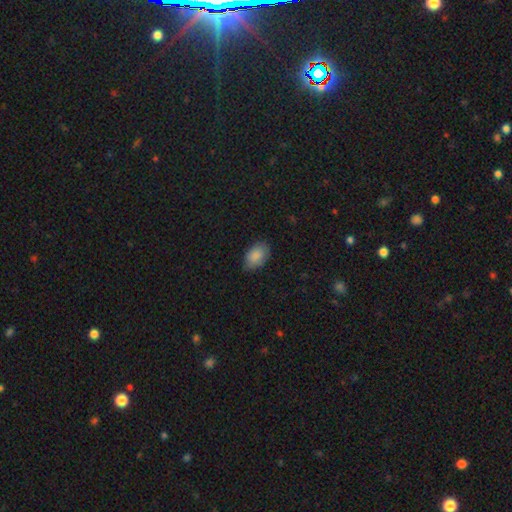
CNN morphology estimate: The model was most divided on "merging": none: 80%, minor disturbance: 16%, major disturbance: 3%, merger: 1%. More confident: how rounded — in between (91%); smooth or featured — smooth (88%).